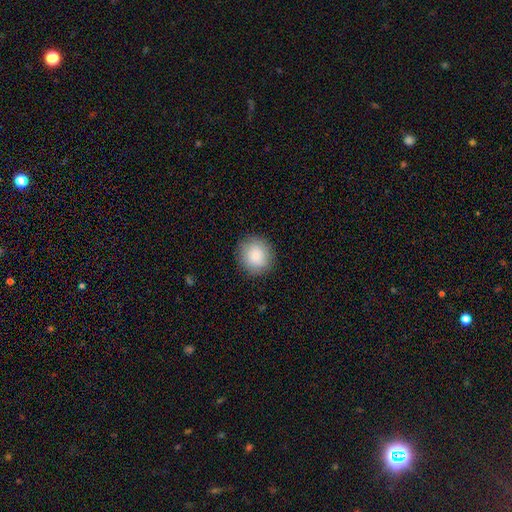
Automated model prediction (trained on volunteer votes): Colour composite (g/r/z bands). It shows a smooth galaxy with no disk features (85%) that is round (89%). Merging: none (88%).